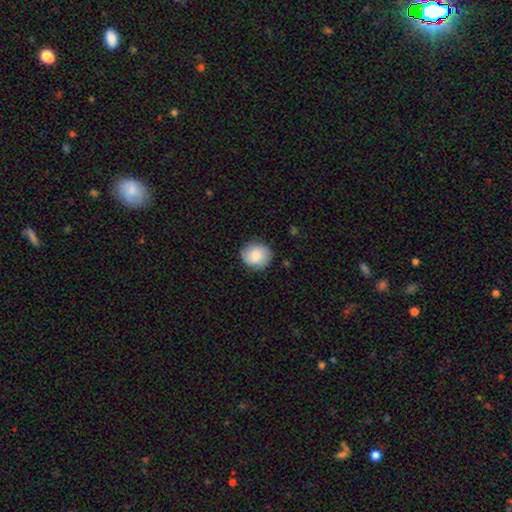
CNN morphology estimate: Smooth or featured?
  - smooth: 78% *
  - featured or disk: 15%
  - star or artifact: 7%
How rounded?
  - round: 83% *
  - in between: 16%
  - cigar-shaped: 1%
Merging?
  - none: 83% *
  - minor disturbance: 13%
  - major disturbance: 3%
  - merger: 1%